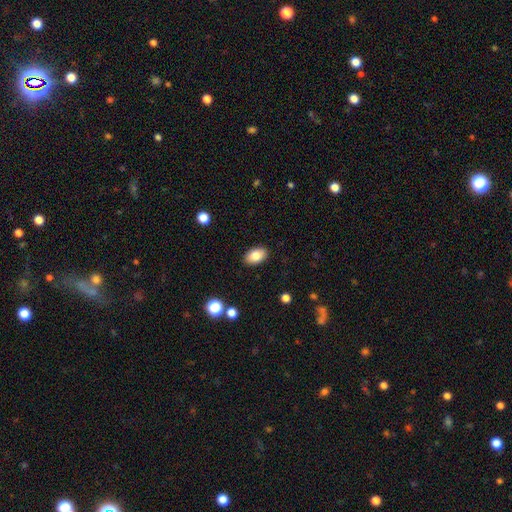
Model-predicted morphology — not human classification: Smooth or featured: smooth — 83% (featured or disk — 9%)
How rounded: in between — 90% (round — 9%)
Merging: none — 88% (minor disturbance — 9%)